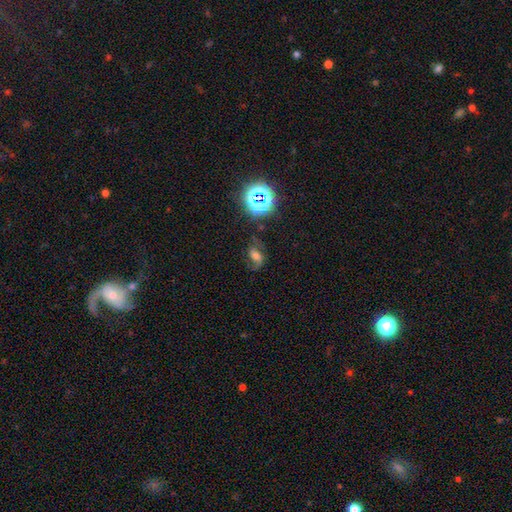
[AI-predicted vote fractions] Smooth or featured: featured or disk — 48% (smooth — 30%)
Merging: none — 62% (minor disturbance — 20%)